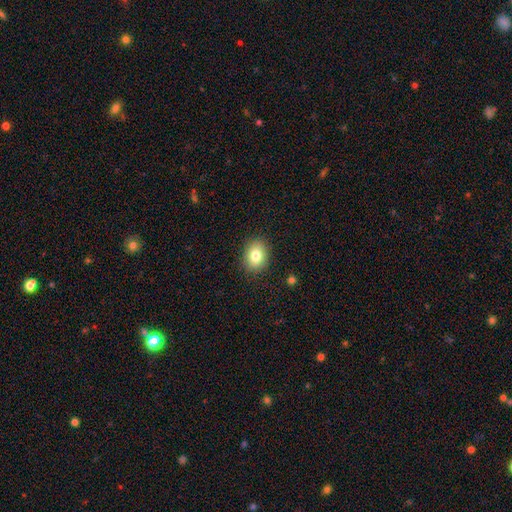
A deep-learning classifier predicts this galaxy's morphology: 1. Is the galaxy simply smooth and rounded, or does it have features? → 81% smooth, 10% featured or disk, 9% star or artifact.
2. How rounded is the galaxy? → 60% in between, 39% round, 1% cigar-shaped.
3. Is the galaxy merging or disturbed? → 88% none, 9% minor disturbance, 2% major disturbance, 1% merger.